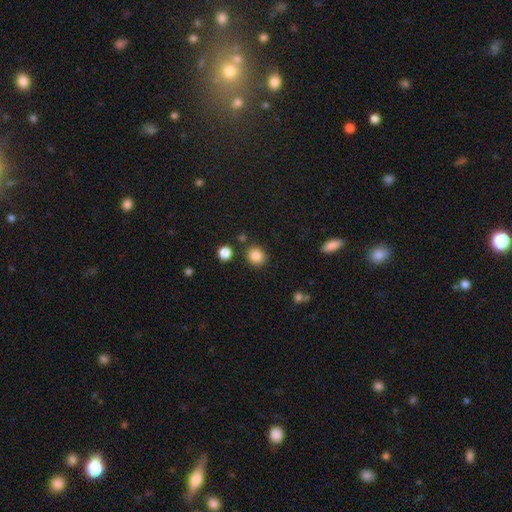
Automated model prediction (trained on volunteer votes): Q: Smooth or featured?
A: smooth (85%); runner-up: star or artifact (11%)
Q: How rounded?
A: round (80%); runner-up: in between (19%)
Q: Merging?
A: none (85%); runner-up: minor disturbance (8%)